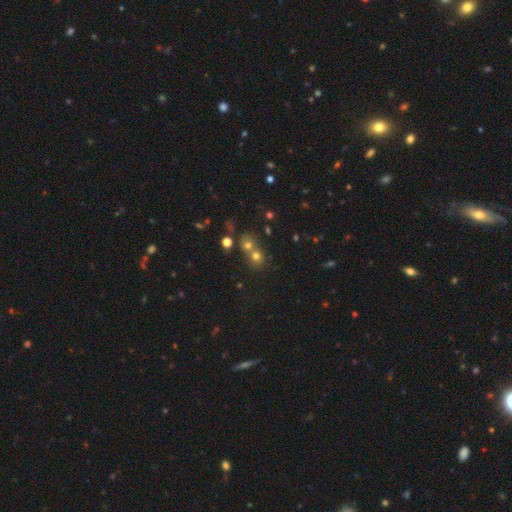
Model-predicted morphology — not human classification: Smooth or featured: smooth — 66% (star or artifact — 22%)
How rounded: round — 81% (in between — 18%)
Merging: merger — 52% (none — 39%)